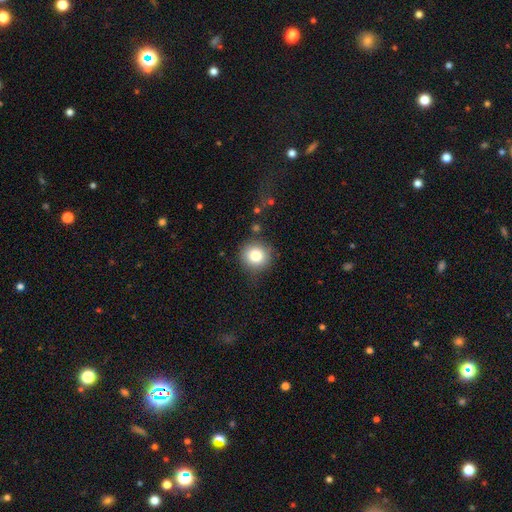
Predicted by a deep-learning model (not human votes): A smooth galaxy with no disk features (81%) that is round (92%).

Vote fractions:
- Smooth or featured? smooth: 81% / star or artifact: 10% / featured or disk: 9%
- How rounded? round: 92% / in between: 7% / cigar-shaped: 1%
- Merging? none: 82% / minor disturbance: 11% / major disturbance: 4% / merger: 3%